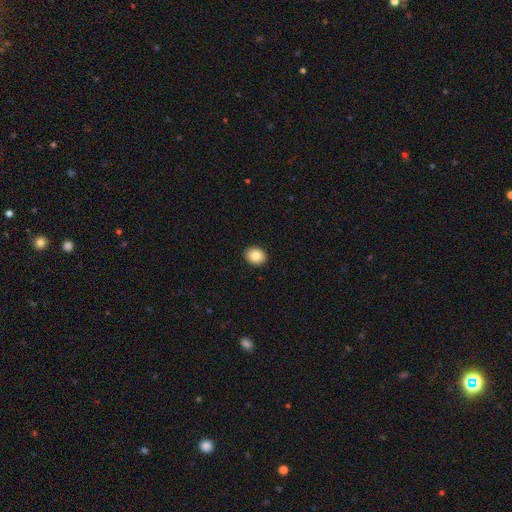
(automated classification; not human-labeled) Overall: smooth (84%). How rounded: round (59%; in between 40%). Merging: none (92%).